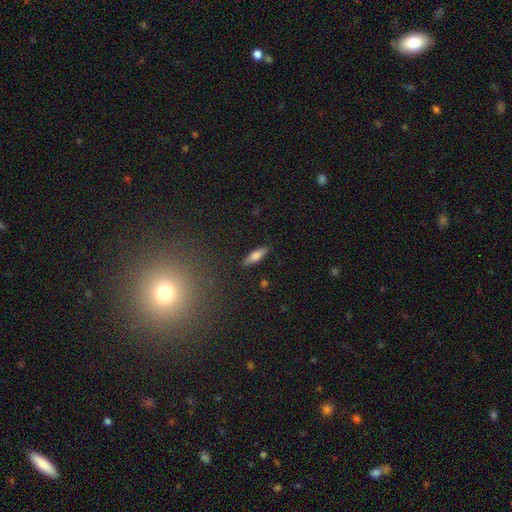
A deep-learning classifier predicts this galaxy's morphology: This is likely a smooth galaxy (71%). How rounded: possibly cigar-shaped (54%). Merging: clearly none (87%).